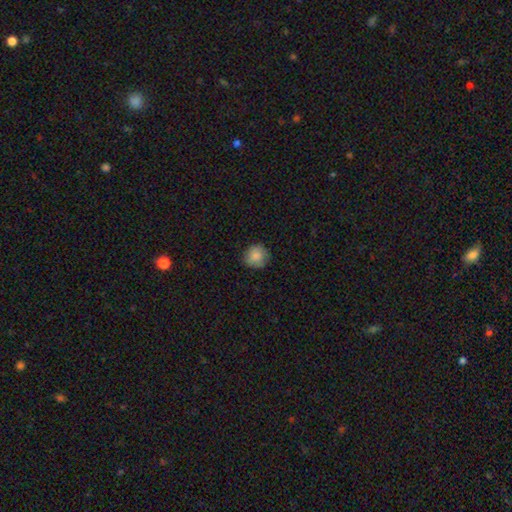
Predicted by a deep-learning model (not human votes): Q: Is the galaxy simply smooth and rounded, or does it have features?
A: smooth — 85%.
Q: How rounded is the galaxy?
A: round — 92%.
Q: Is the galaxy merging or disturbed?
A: none — 84%.